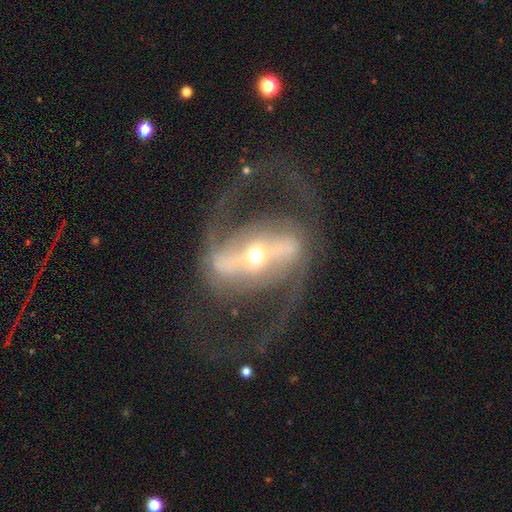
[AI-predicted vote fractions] A featured or disk galaxy (91%) with a strong bar (73%), 2 (93%) medium (59%) spiral arms (94%) and a small central bulge (49%). Merging: none (72%).